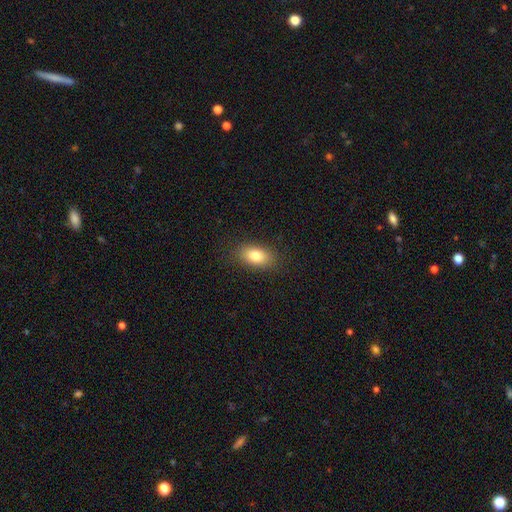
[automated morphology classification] Q: Smooth or featured?
A: smooth (80%); runner-up: featured or disk (11%)
Q: How rounded?
A: in between (88%); runner-up: round (9%)
Q: Merging?
A: none (87%); runner-up: minor disturbance (9%)